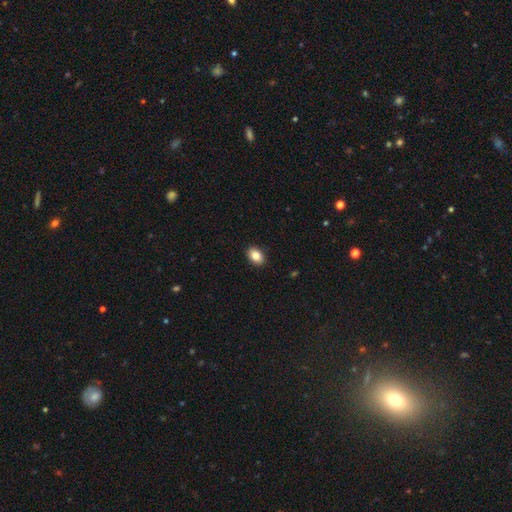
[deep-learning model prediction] Morphology: type=smooth (85%); roundness=in between (80%); merging=none (91%).